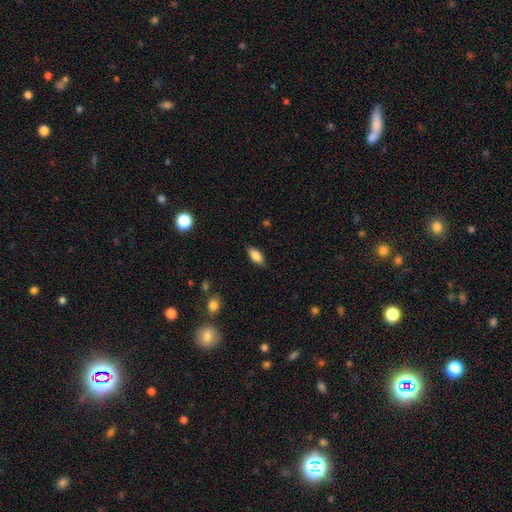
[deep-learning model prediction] Smooth or featured: smooth — 82% (featured or disk — 11%)
How rounded: in between — 85% (cigar-shaped — 12%)
Merging: none — 85% (minor disturbance — 11%)